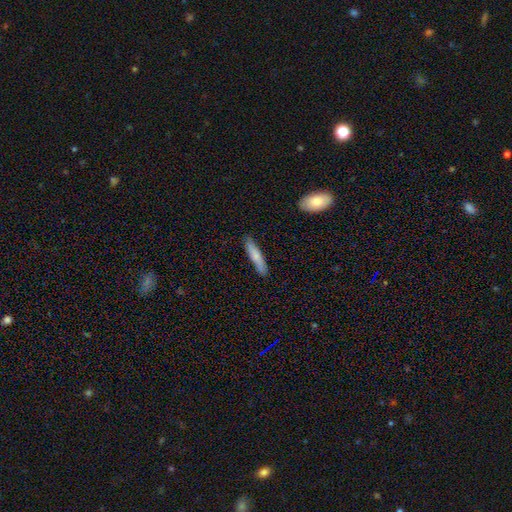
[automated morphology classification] The model was most divided on "smooth or featured": smooth: 73%, featured or disk: 22%, star or artifact: 5%. More confident: merging — none (86%); how rounded — cigar-shaped (83%).